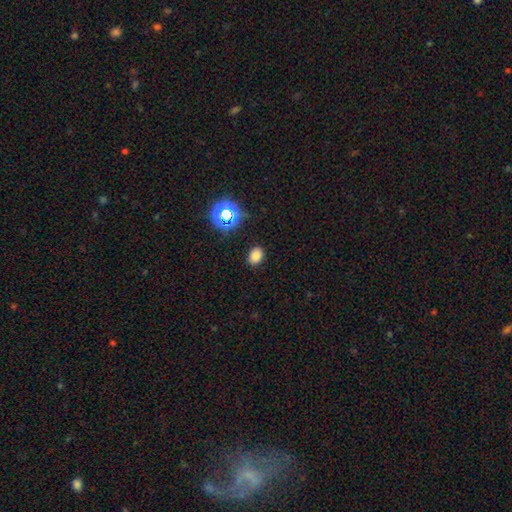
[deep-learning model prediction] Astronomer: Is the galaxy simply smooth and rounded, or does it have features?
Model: smooth — 77%.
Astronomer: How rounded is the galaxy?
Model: in between — 64%.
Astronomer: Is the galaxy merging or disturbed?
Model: none — 86%.